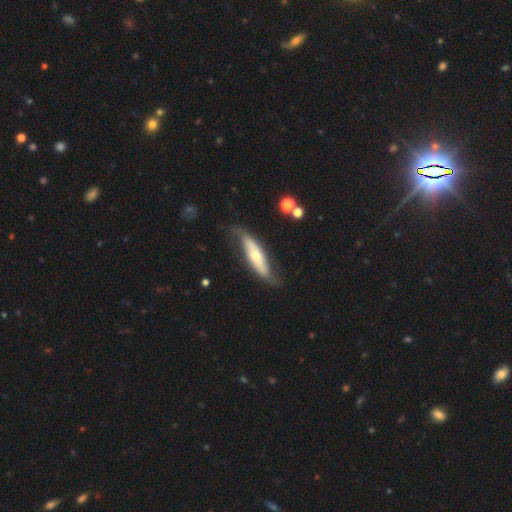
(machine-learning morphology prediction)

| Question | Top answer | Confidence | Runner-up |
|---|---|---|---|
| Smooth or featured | featured or disk | 62% | smooth (32%) |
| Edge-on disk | no | 61% | yes (39%) |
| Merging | none | 62% | minor disturbance (25%) |